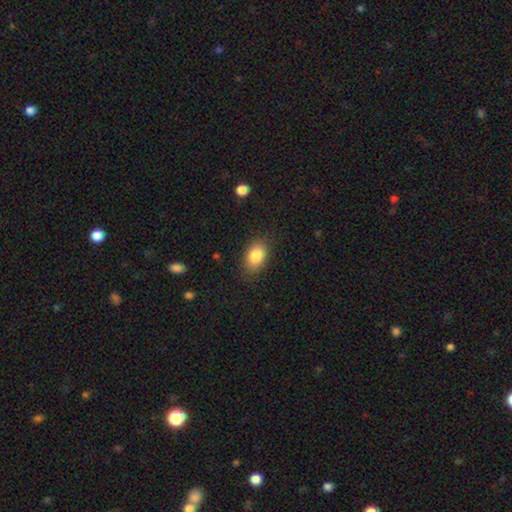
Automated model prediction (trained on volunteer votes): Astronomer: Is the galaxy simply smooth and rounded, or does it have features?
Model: smooth — 84%.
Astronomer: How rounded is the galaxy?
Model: in between — 85%.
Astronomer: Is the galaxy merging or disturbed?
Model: none — 83%.